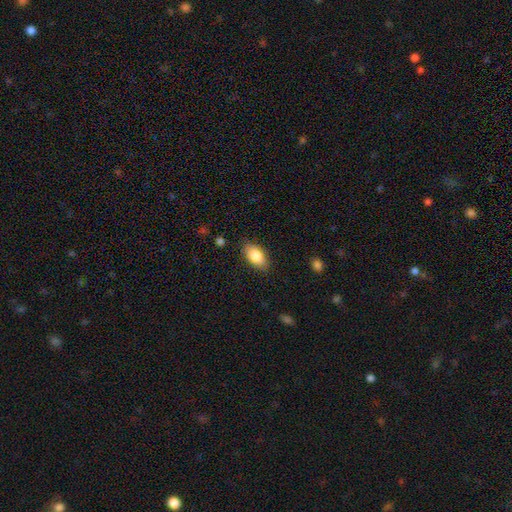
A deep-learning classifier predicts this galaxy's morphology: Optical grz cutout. It shows a smooth galaxy with no disk features (86%) that is in between round and cigar-shaped (93%). Merging: none (84%).